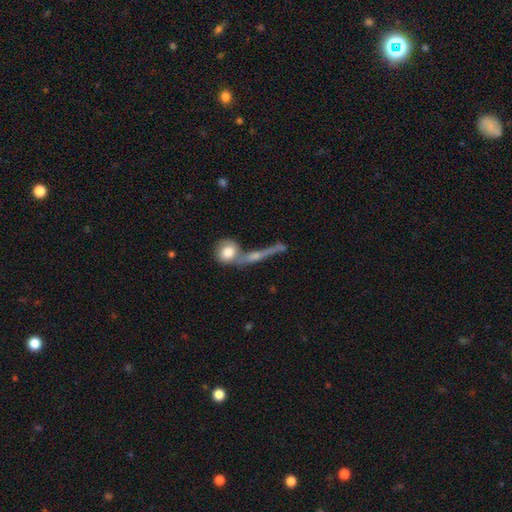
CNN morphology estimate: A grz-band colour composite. It shows a featured or disk galaxy (53%) viewed edge-on (71%). Merging: none (41%).